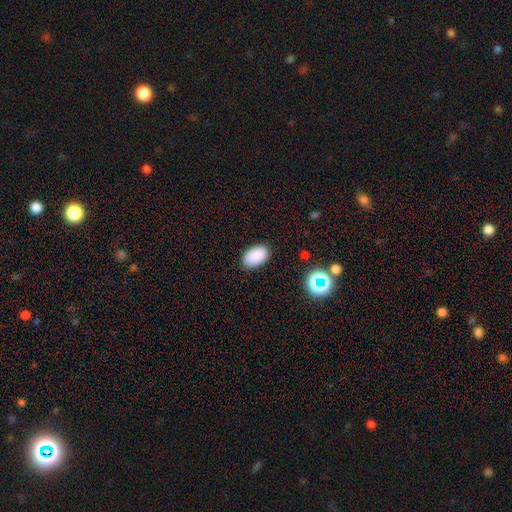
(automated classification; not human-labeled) A smooth galaxy with no disk features (87%) that is in between round and cigar-shaped (92%). Merging: none (86%).